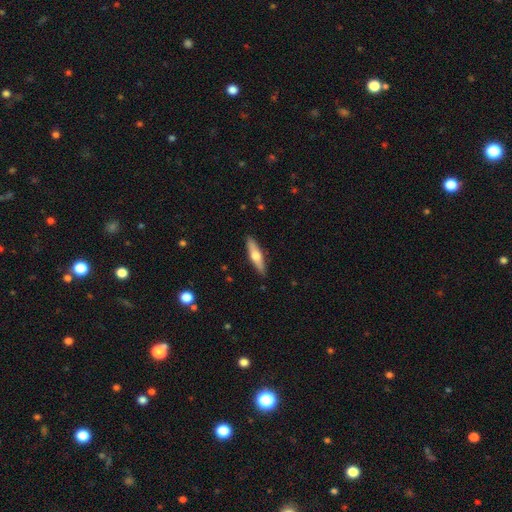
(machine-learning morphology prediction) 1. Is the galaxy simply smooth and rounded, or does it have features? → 47% smooth (tied), 47% featured or disk (tied), 5% star or artifact.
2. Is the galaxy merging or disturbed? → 90% none, 8% minor disturbance, 2% major disturbance, 1% merger.